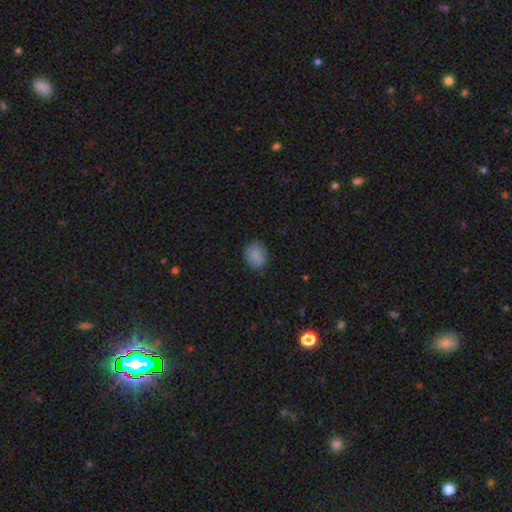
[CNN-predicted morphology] smooth_or_featured: smooth (p=0.86) [alt: star or artifact p=0.09]
how_rounded: in between (p=0.52) [alt: round p=0.47]
merging: none (p=0.82) [alt: minor disturbance p=0.13]